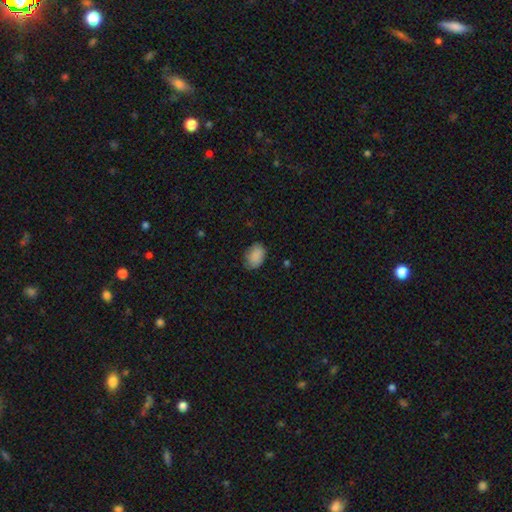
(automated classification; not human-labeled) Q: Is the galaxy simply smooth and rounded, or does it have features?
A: smooth — 88%.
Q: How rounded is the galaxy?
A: in between — 80%.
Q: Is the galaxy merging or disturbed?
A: none — 73%.